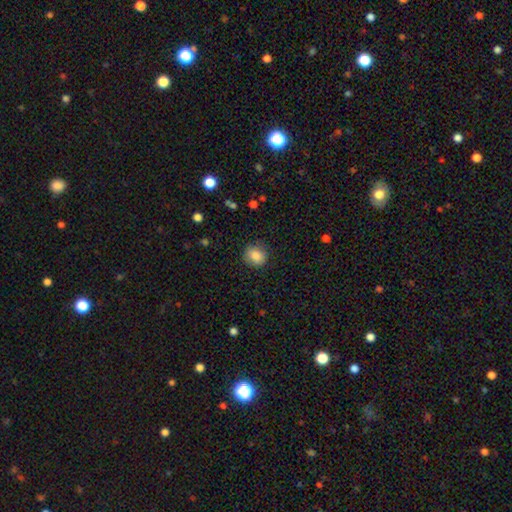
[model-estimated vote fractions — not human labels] A smooth galaxy with no disk features (85%) that is round (74%). Merging: none (82%).